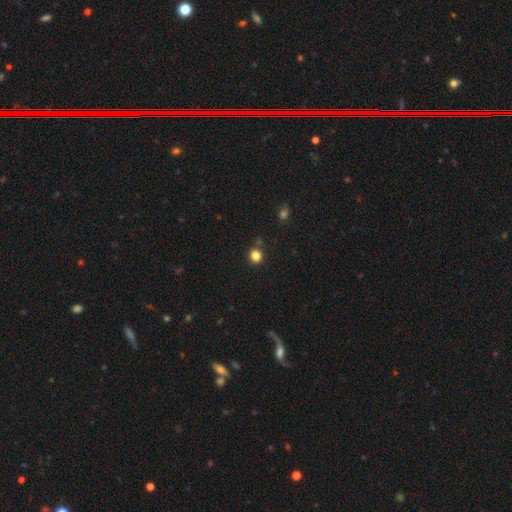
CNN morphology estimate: smooth_or_featured: smooth (p=0.82) [alt: star or artifact p=0.14]
how_rounded: round (p=0.87) [alt: in between p=0.12]
merging: none (p=0.83) [alt: minor disturbance p=0.09]